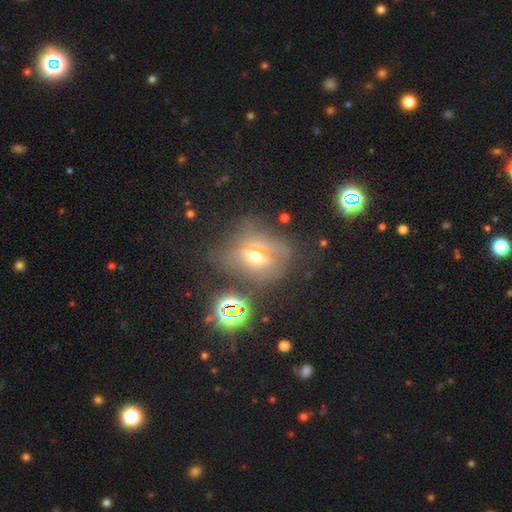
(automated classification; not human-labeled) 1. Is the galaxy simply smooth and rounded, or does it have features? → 42% featured or disk, 32% smooth, 26% star or artifact.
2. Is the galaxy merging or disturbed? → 48% none, 22% major disturbance, 22% minor disturbance, 8% merger.